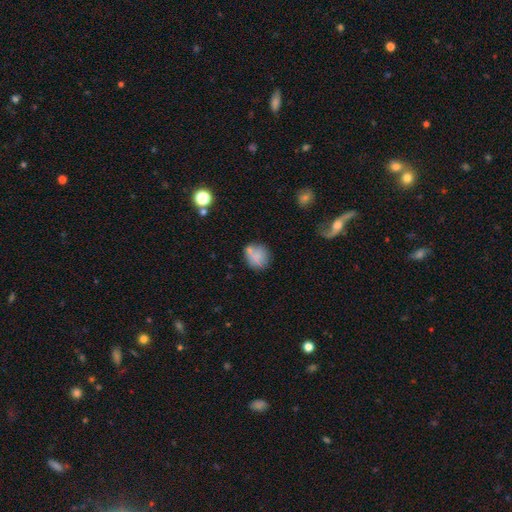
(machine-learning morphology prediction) The model was most divided on "merging": none: 61%, minor disturbance: 19%, merger: 12%, major disturbance: 8%. More confident: how rounded — round (80%); smooth or featured — smooth (72%).